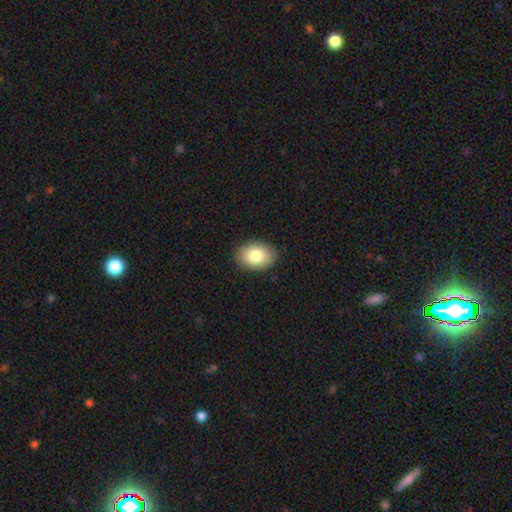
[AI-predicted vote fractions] smooth 83%, featured or disk 9%, star or artifact 8%. Down the decision tree: how rounded — in between (79%); merging — none (88%).